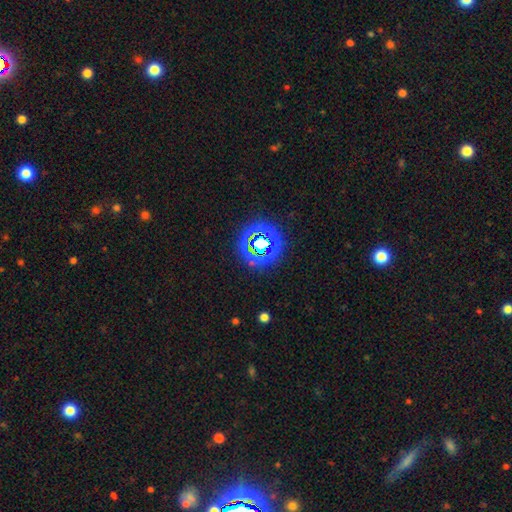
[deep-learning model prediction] Smooth or featured? star or artifact (59%)